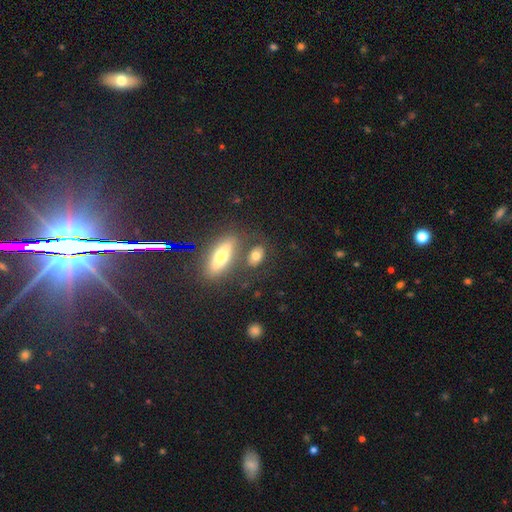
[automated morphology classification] Smooth or featured?
  - smooth: 66% *
  - featured or disk: 21%
  - star or artifact: 13%
How rounded?
  - in between: 67% *
  - round: 21%
  - cigar-shaped: 12%
Merging?
  - none: 67% *
  - merger: 14%
  - minor disturbance: 13%
  - major disturbance: 6%